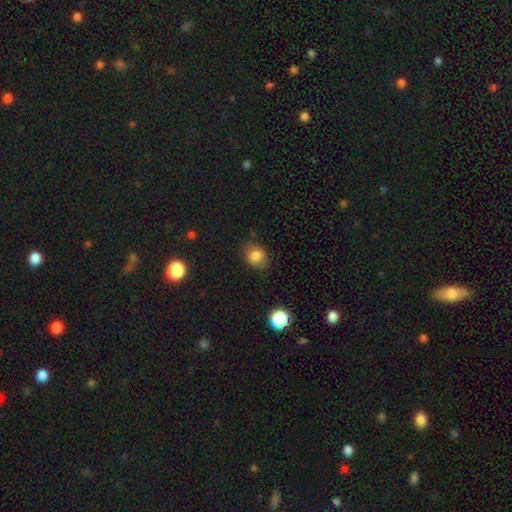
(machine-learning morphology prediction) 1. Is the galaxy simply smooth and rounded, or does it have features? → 82% smooth, 11% star or artifact, 8% featured or disk.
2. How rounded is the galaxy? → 62% round, 37% in between, 1% cigar-shaped.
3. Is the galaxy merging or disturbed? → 77% none, 17% minor disturbance, 4% major disturbance, 1% merger.